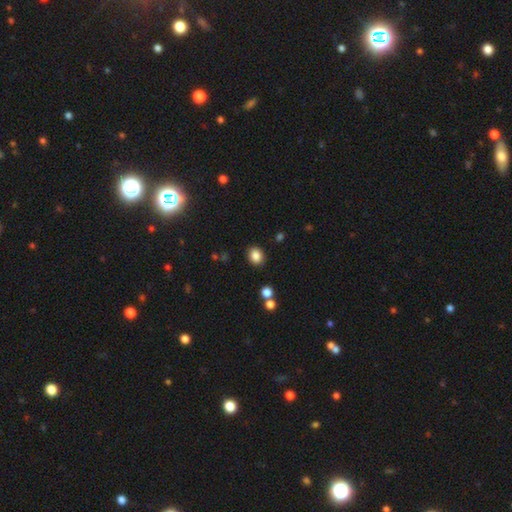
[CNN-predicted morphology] Smooth or featured? Predicted: smooth (p=0.85). How rounded? Predicted: round (p=0.56). Merging? Predicted: none (p=0.87).